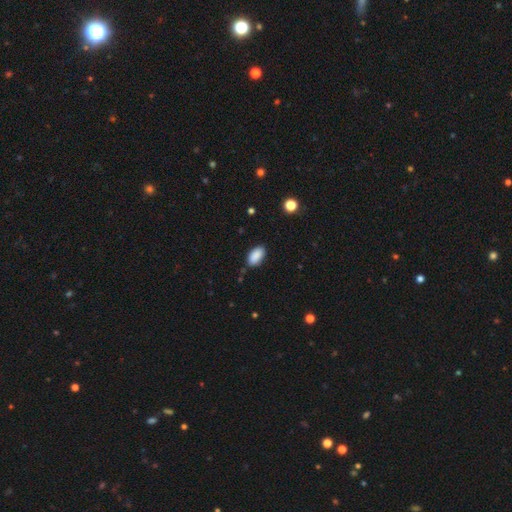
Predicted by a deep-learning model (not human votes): A smooth galaxy with no disk features (89%) that is in between round and cigar-shaped (94%). Merging: none (81%).